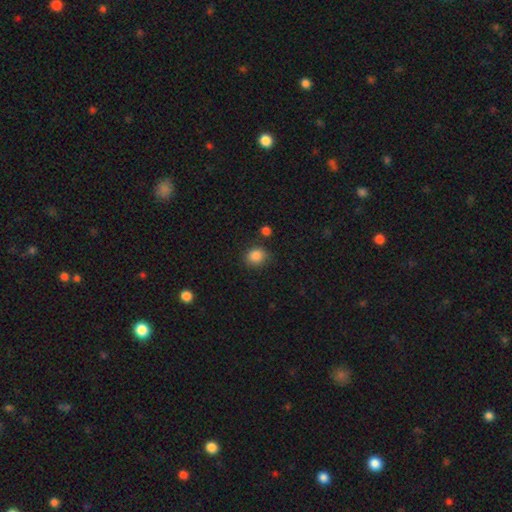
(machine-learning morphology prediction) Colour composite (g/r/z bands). It shows a smooth galaxy with no disk features (86%) that is round (71%). Merging: none (80%).